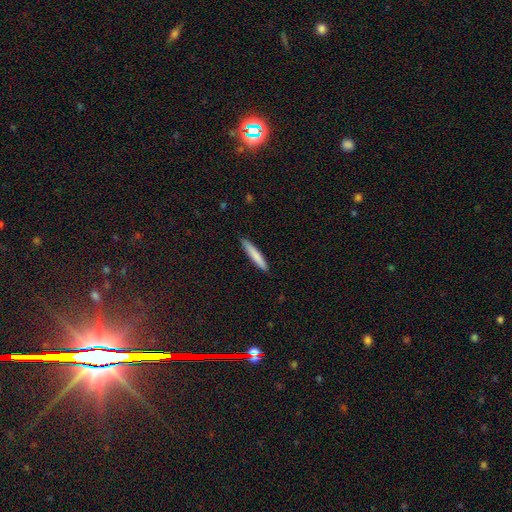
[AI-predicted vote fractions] Smooth or featured?
  - smooth: 80% *
  - featured or disk: 14%
  - star or artifact: 6%
How rounded?
  - cigar-shaped: 94% *
  - in between: 5%
  - round: 1%
Merging?
  - none: 90% *
  - minor disturbance: 7%
  - major disturbance: 1%
  - merger: 1%